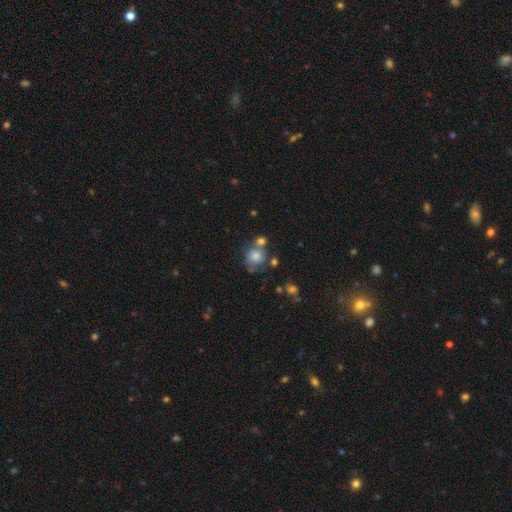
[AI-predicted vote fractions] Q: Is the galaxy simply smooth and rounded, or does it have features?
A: smooth — 74%.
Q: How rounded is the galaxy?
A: round — 82%.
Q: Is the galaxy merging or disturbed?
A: none — 50%.